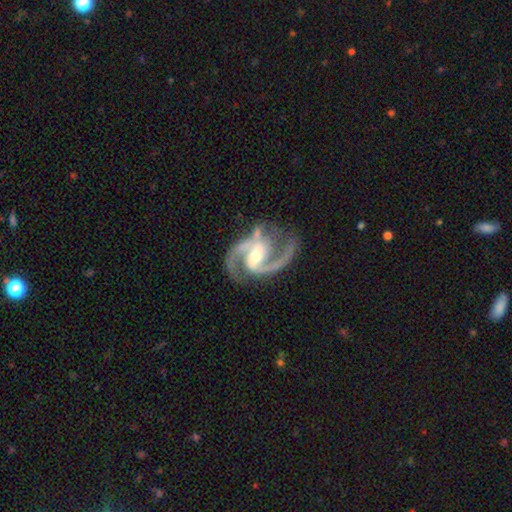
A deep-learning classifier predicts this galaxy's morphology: Smooth or featured? Predicted: featured or disk (p=0.94). Edge-on disk? Predicted: no (p=0.98). Bar? Predicted: weak (p=0.45). Spiral arms? Predicted: yes (p=0.99). Spiral winding? Predicted: medium (p=0.68). Spiral arm count? Predicted: 2 (p=0.90). Bulge size? Predicted: moderate (p=0.61). Merging? Predicted: none (p=0.74).